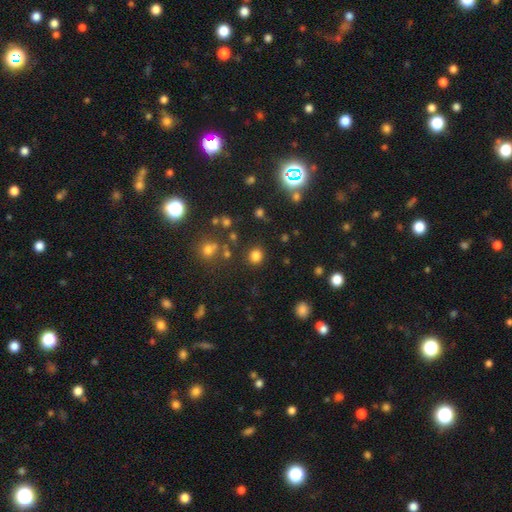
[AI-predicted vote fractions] Overall: smooth (80%). How rounded: round (82%). Merging: none (86%).